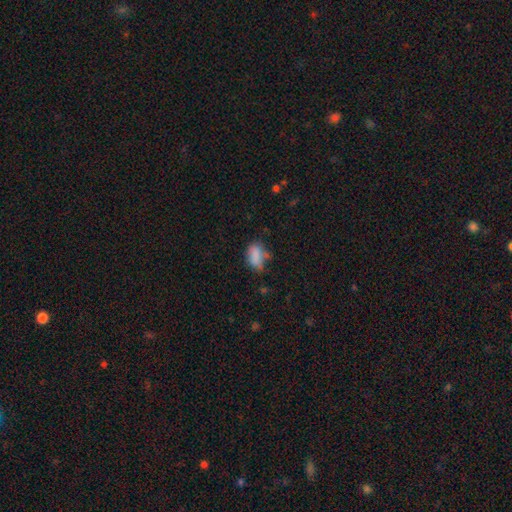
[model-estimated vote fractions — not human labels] Q: Smooth or featured?
A: smooth (78%); runner-up: featured or disk (12%)
Q: How rounded?
A: in between (86%); runner-up: round (11%)
Q: Merging?
A: none (44%); runner-up: minor disturbance (32%)